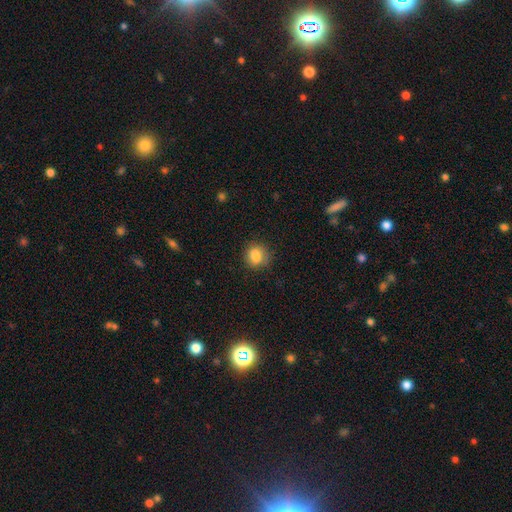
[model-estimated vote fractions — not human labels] smooth 85%, star or artifact 9%, featured or disk 6%. Down the decision tree: how rounded — round (71%); merging — none (78%).